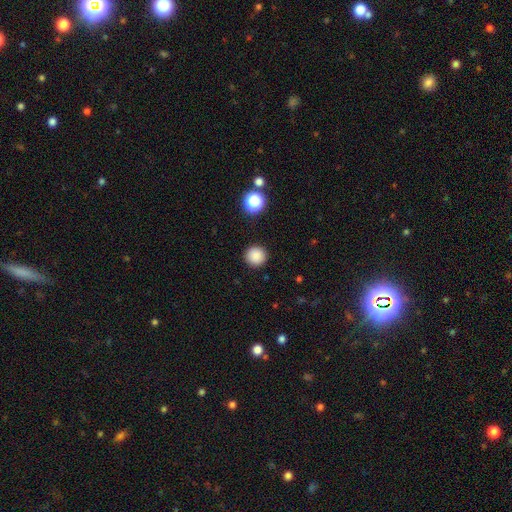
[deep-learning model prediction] Smooth or featured? Predicted: smooth (p=0.86). How rounded? Predicted: round (p=0.95). Merging? Predicted: none (p=0.92).